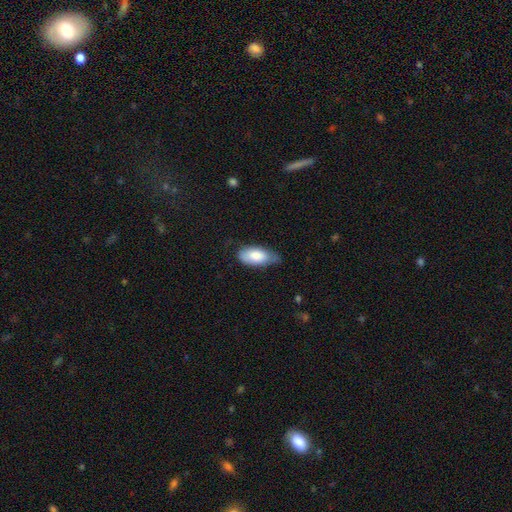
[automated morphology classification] Q: Smooth or featured?
A: smooth (80%); runner-up: featured or disk (14%)
Q: How rounded?
A: in between (91%); runner-up: cigar-shaped (7%)
Q: Merging?
A: none (50%); runner-up: minor disturbance (40%)